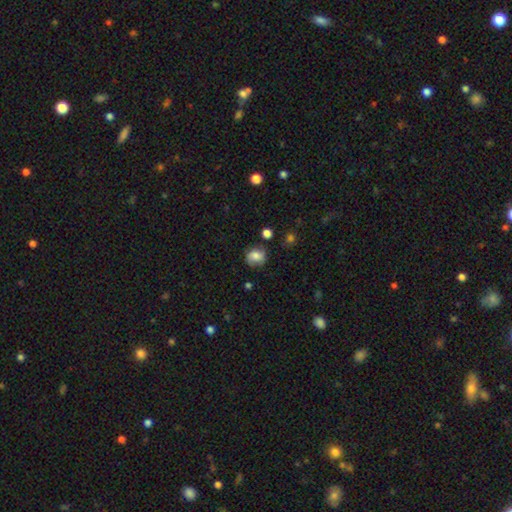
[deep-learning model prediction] The model was most divided on "how rounded": round: 70%, in between: 29%, cigar-shaped: 1%. More confident: smooth or featured — smooth (74%); merging — none (72%).